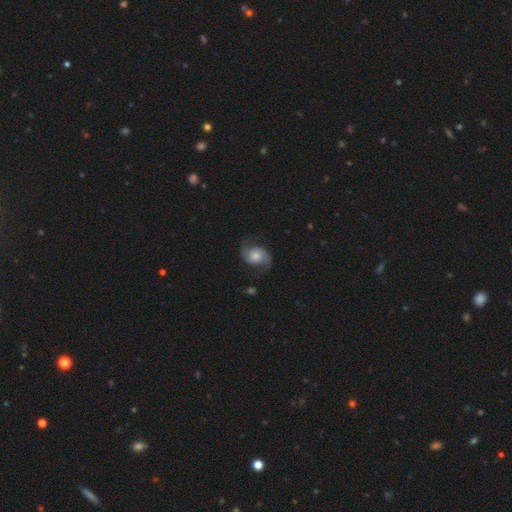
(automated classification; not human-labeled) This is likely a featured or disk galaxy (79%). It is clearly not viewed edge-on (98%). Bar: likely no (71%). Spiral arm pattern: clearly yes (96%). Spiral arm count: clearly 2 (93%). Spiral winding: possibly loose (46%). Central bulge: marginally moderate (39%). Merging: likely none (76%).